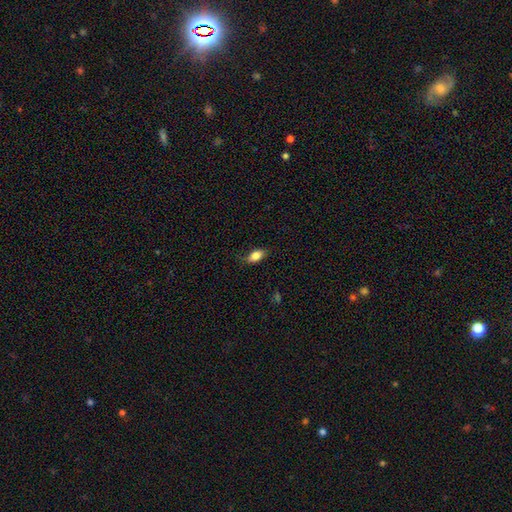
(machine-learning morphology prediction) smooth-or-featured: smooth: 83% | featured or disk: 9% | star or artifact: 8%
  how-rounded: in between: 88% | round: 6% | cigar-shaped: 6%
  merging: none: 73% | minor disturbance: 21% | major disturbance: 5% | merger: 1%